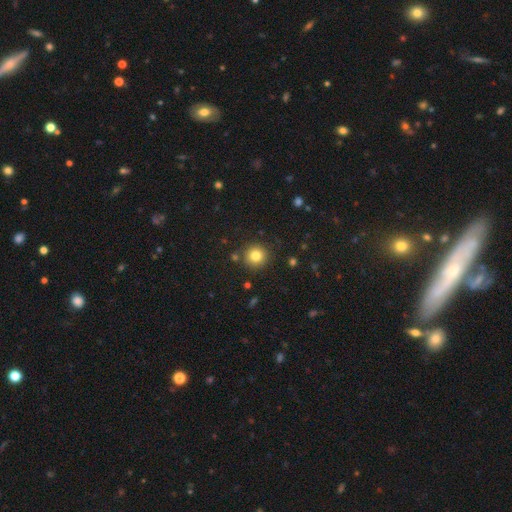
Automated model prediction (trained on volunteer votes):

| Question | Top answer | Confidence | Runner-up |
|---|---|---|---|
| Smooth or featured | smooth | 82% | star or artifact (12%) |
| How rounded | round | 93% | in between (6%) |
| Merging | none | 87% | minor disturbance (7%) |